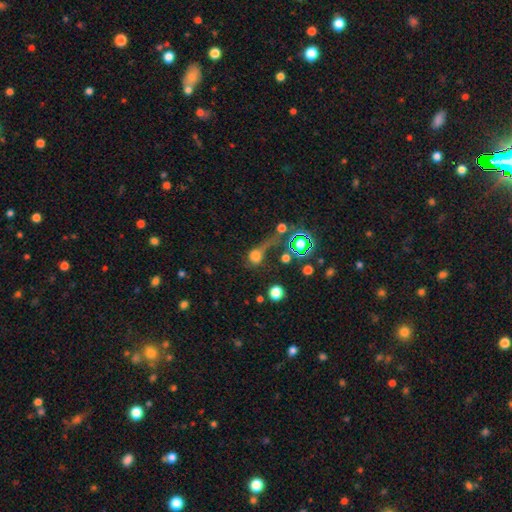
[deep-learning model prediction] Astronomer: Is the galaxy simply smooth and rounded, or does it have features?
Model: smooth — 66%.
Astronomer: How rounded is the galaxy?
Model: round — 71%.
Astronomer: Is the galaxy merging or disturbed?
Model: major disturbance — 39% (runner-up: none, 26%).